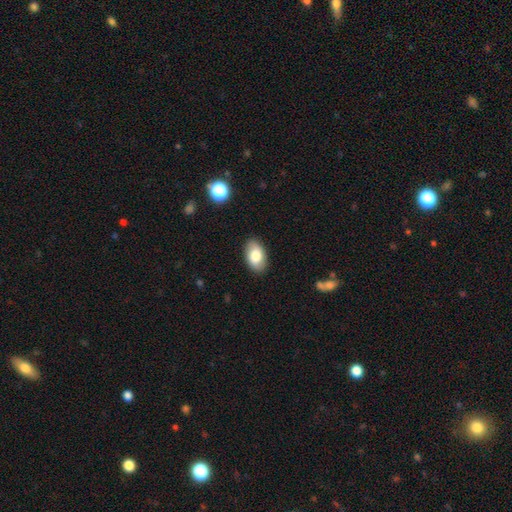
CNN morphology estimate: Smooth or featured? Predicted: smooth (p=0.80). How rounded? Predicted: in between (p=0.93). Merging? Predicted: none (p=0.87).